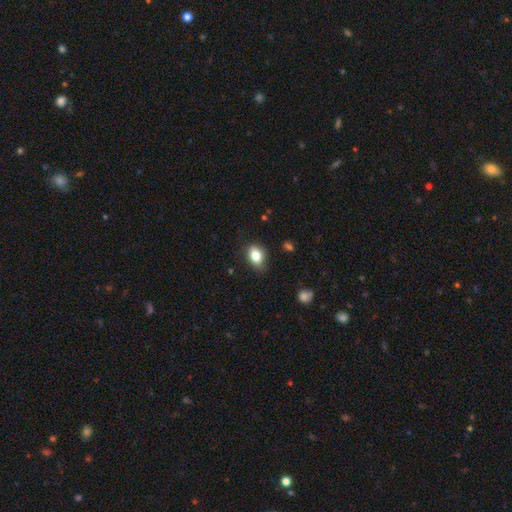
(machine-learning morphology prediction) Smooth or featured?
  - smooth: 81% *
  - featured or disk: 10%
  - star or artifact: 9%
How rounded?
  - in between: 80% *
  - round: 19%
  - cigar-shaped: 2%
Merging?
  - none: 78% *
  - minor disturbance: 18%
  - major disturbance: 3%
  - merger: 1%